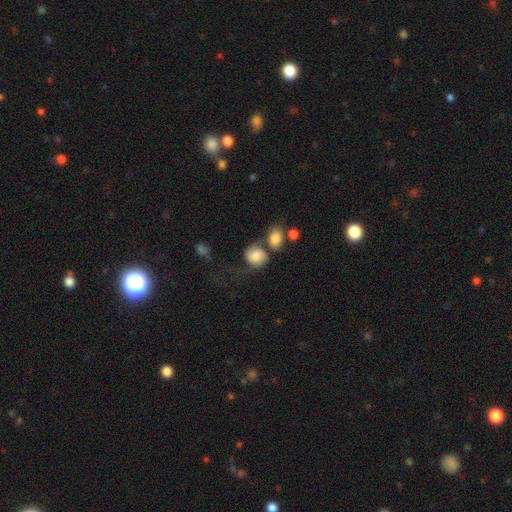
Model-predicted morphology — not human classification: Smooth or featured?
  - smooth: 68% *
  - featured or disk: 23%
  - star or artifact: 9%
How rounded?
  - round: 58% *
  - in between: 41%
  - cigar-shaped: 1%
Merging?
  - none: 38% *
  - merger: 27%
  - minor disturbance: 19%
  - major disturbance: 16%